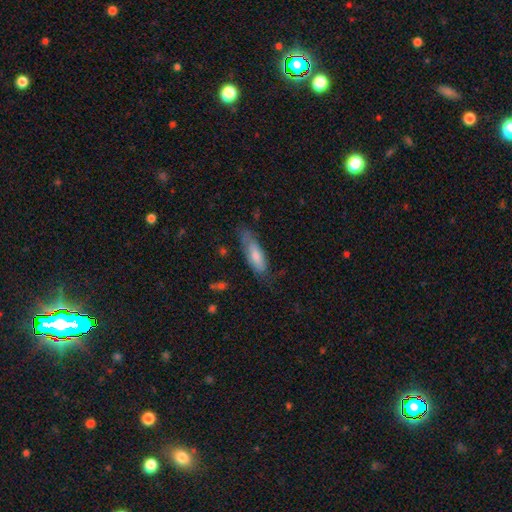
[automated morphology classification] Smooth or featured: smooth — 64% (featured or disk — 29%)
How rounded: in between — 49% (tied with cigar-shaped — 49%)
Merging: none — 59% (minor disturbance — 29%)